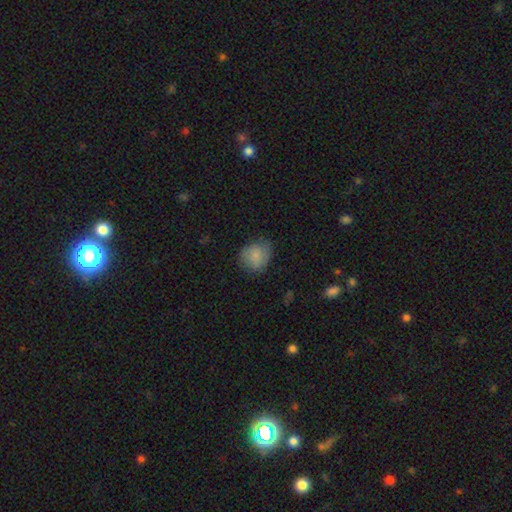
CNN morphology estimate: Q: Smooth or featured?
A: smooth (82%); runner-up: featured or disk (10%)
Q: How rounded?
A: round (71%); runner-up: in between (28%)
Q: Merging?
A: none (68%); runner-up: minor disturbance (25%)